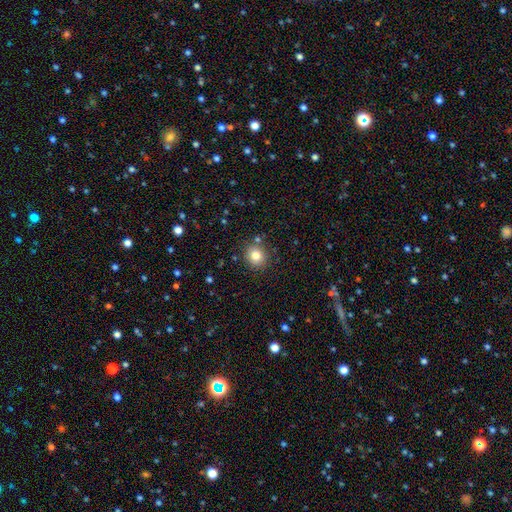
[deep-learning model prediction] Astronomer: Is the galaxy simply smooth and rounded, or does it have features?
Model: smooth — 81%.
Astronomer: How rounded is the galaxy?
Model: round — 84%.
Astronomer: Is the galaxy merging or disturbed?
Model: none — 85%.